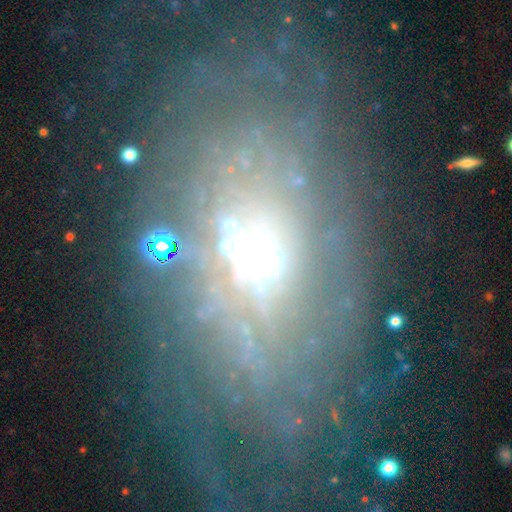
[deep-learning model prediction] Morphology: type=featured or disk (58%); edge-on=no (87%); bar=no (69%); spiral arms=no (70%); bulge=small (48%); merging=none (50%).